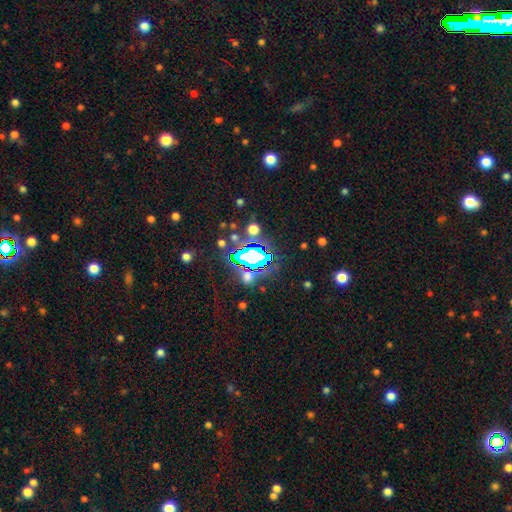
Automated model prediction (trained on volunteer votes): star or artifact 66%, smooth 22%, featured or disk 12%.